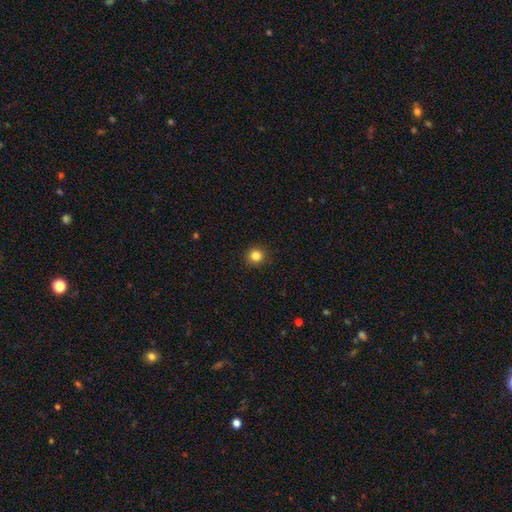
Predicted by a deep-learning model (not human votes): This is clearly a smooth galaxy (84%). How rounded: clearly round (93%). Merging: clearly none (93%).